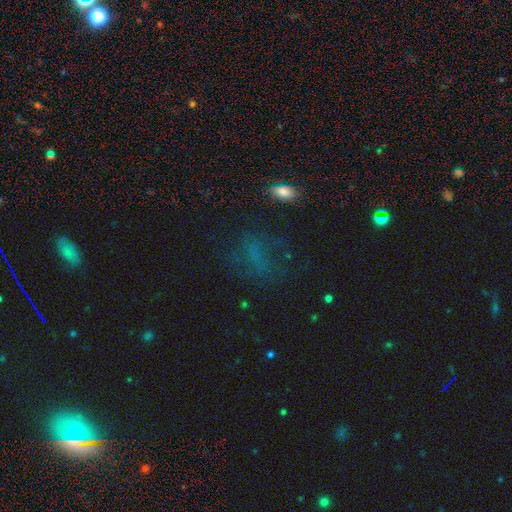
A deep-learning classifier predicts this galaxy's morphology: A smooth galaxy with no disk features (48%).

Vote fractions:
- Smooth or featured? smooth: 48% / star or artifact: 33% / featured or disk: 19%
- Merging? none: 59% / major disturbance: 20% / minor disturbance: 19% / merger: 3%